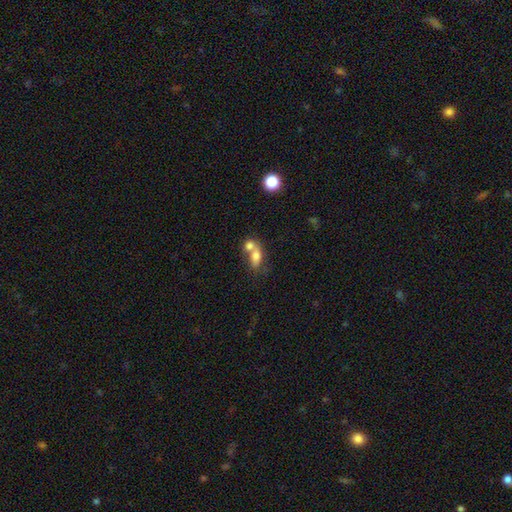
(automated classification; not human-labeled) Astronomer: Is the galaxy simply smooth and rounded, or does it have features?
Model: smooth — 71%.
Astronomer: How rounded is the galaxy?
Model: in between — 72%.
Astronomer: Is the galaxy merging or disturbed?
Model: merger — 65%.